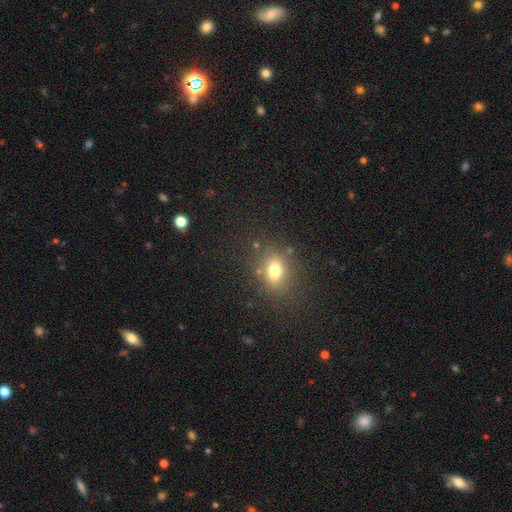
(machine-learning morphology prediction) A smooth galaxy with no disk features (60%) that is round (61%). Merging: none (87%).